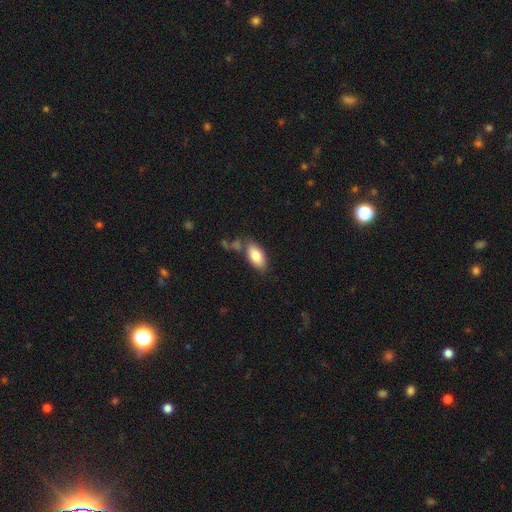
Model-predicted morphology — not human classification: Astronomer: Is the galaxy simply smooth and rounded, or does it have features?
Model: smooth — 81%.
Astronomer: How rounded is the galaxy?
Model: in between — 92%.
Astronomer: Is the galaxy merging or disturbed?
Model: none — 70%.